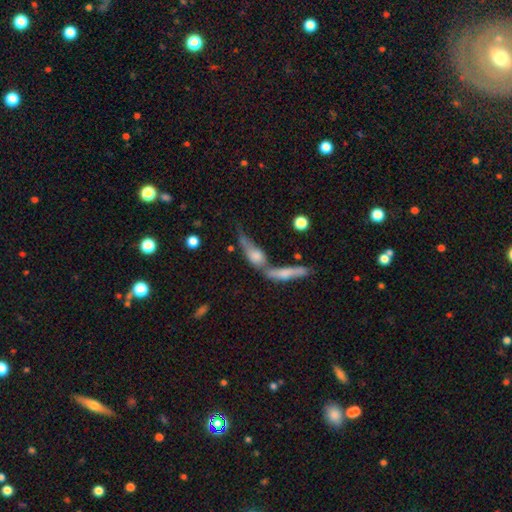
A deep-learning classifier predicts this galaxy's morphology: This is marginally a smooth galaxy (44%). Merging: possibly merger (53%).